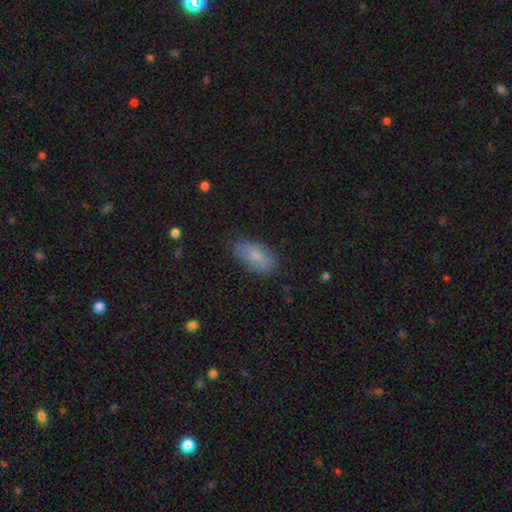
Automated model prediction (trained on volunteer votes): The model was most divided on "merging": none: 77%, minor disturbance: 18%, major disturbance: 4%, merger: 1%. More confident: how rounded — in between (88%); smooth or featured — smooth (80%).